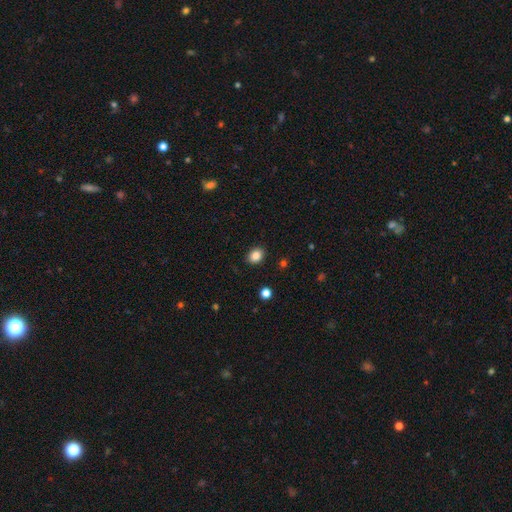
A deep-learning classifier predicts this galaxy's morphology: A smooth galaxy with no disk features (86%) that is in between round and cigar-shaped (54%). Merging: none (89%).